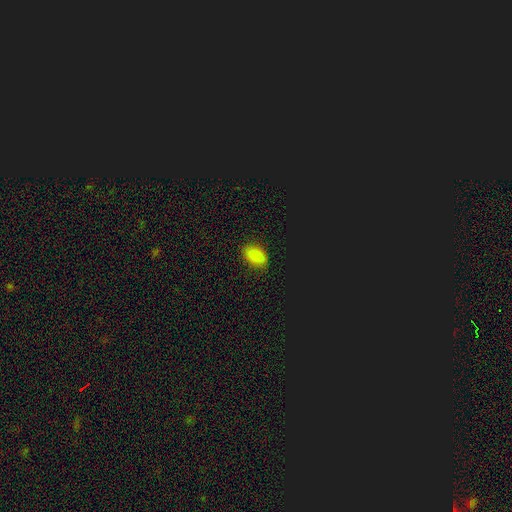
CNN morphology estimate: Smooth or featured? Predicted: smooth (p=0.83). How rounded? Predicted: in between (p=0.91). Merging? Predicted: none (p=0.80).